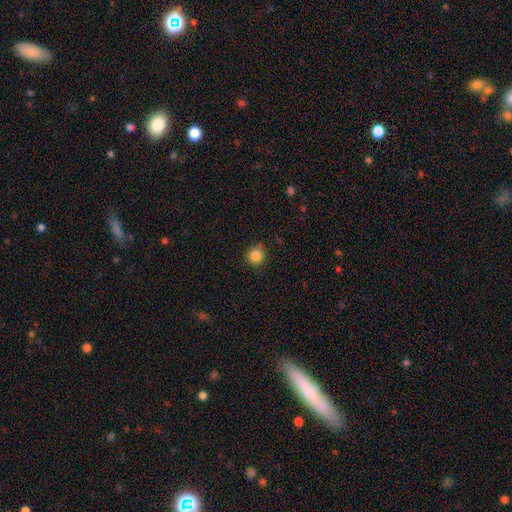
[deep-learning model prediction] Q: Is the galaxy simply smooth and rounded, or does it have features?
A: smooth — 86%.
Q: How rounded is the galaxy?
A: round — 91%.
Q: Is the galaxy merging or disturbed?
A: none — 86%.